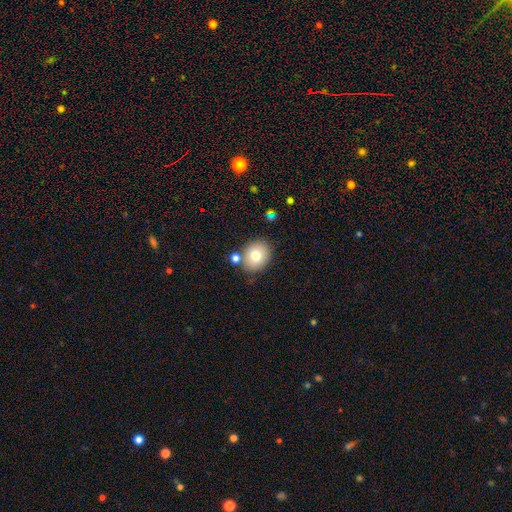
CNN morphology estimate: Smooth or featured: smooth — 76% (featured or disk — 14%)
How rounded: round — 63% (in between — 36%)
Merging: none — 75% (minor disturbance — 11%)